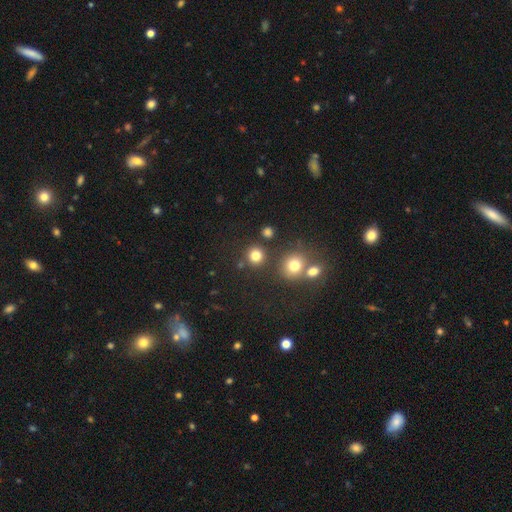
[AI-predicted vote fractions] Smooth or featured?
  - smooth: 79% *
  - star or artifact: 16%
  - featured or disk: 6%
How rounded?
  - round: 91% *
  - in between: 8%
  - cigar-shaped: 1%
Merging?
  - none: 80% *
  - merger: 10%
  - minor disturbance: 7%
  - major disturbance: 3%